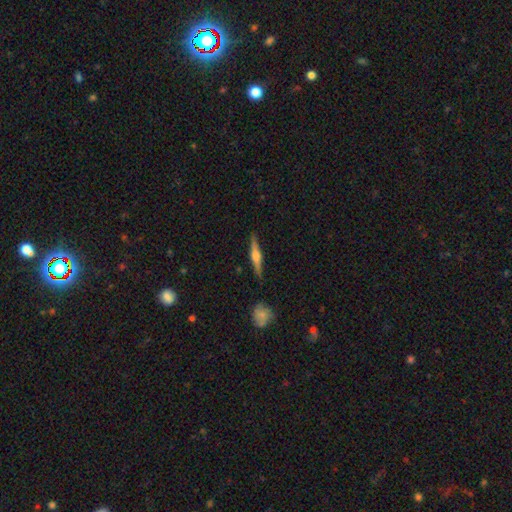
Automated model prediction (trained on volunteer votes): featured or disk 74%, smooth 21%, star or artifact 6%. Down the decision tree: edge-on disk — yes (98%); edge-on bulge — rounded (86%); merging — none (89%).